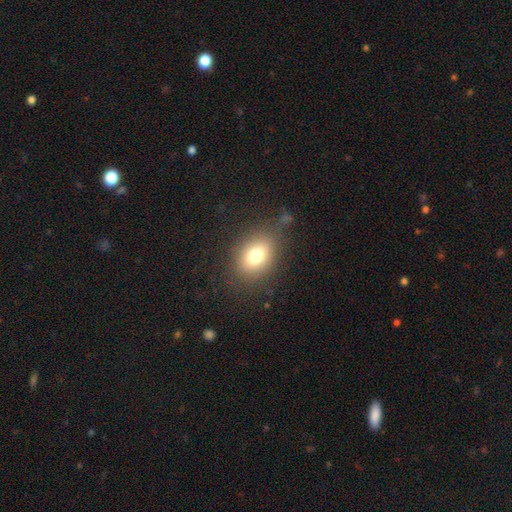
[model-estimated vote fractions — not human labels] Overall: smooth (75%). How rounded: in between (64%; round 34%). Merging: none (76%).